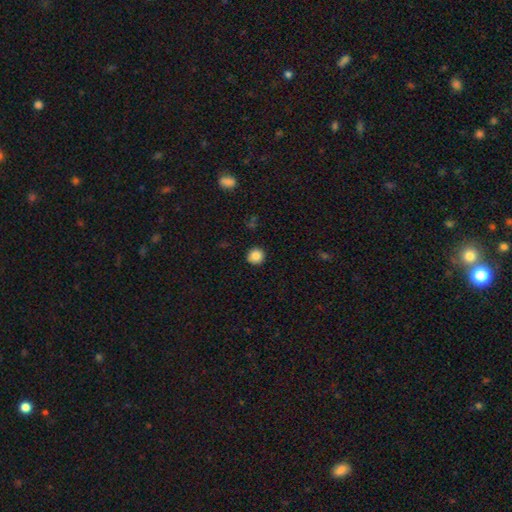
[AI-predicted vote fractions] Morphology: type=smooth (86%); roundness=round (93%); merging=none (92%).